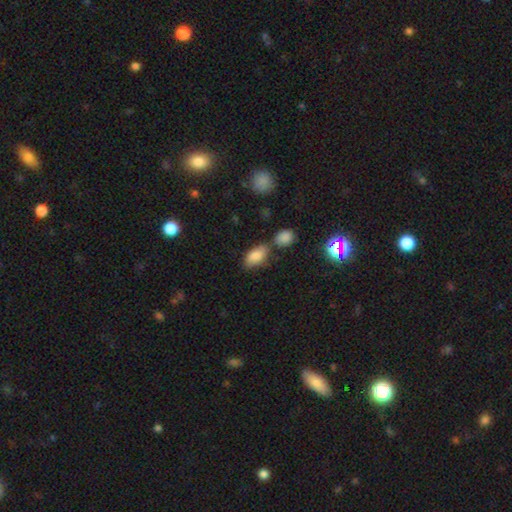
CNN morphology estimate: Smooth or featured: smooth — 81% (featured or disk — 10%)
How rounded: in between — 91% (round — 5%)
Merging: none — 54% (minor disturbance — 21%)